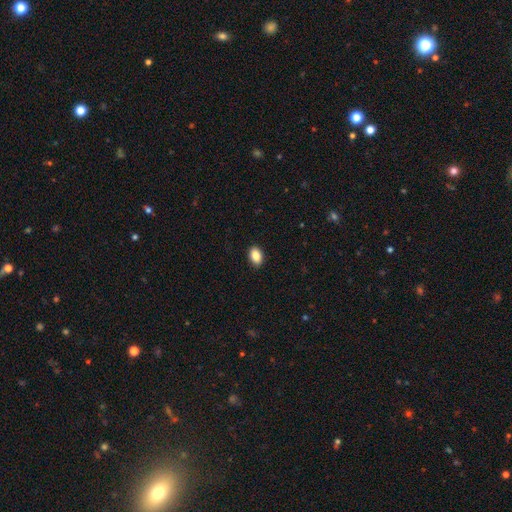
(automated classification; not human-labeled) The model was most divided on "how rounded": in between: 86%, round: 13%, cigar-shaped: 1%. More confident: merging — none (90%); smooth or featured — smooth (87%).